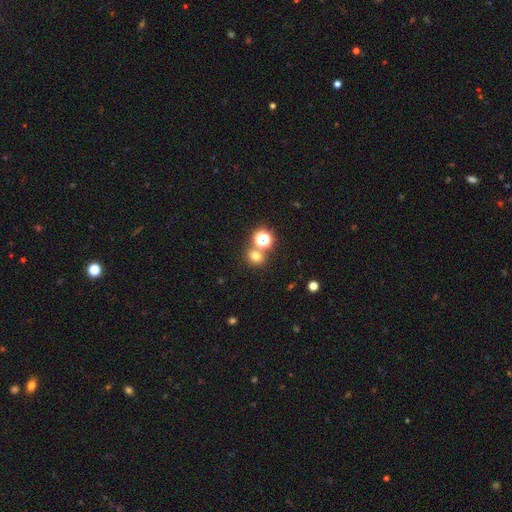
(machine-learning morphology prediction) smooth_or_featured: smooth (p=0.69) [alt: star or artifact p=0.24]
how_rounded: round (p=0.79) [alt: in between p=0.20]
merging: none (p=0.69) [alt: merger p=0.19]